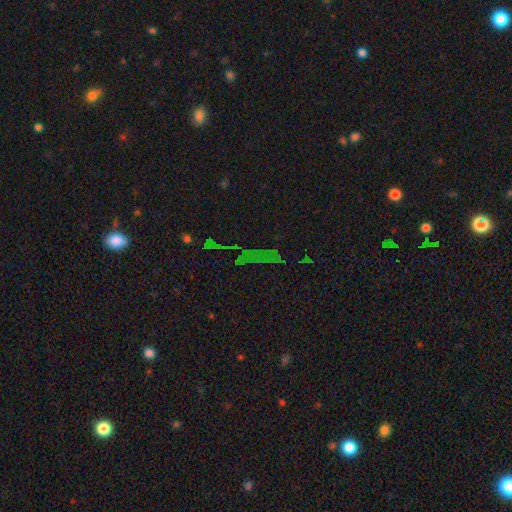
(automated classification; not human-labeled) Morphology: type=star or artifact (67%).